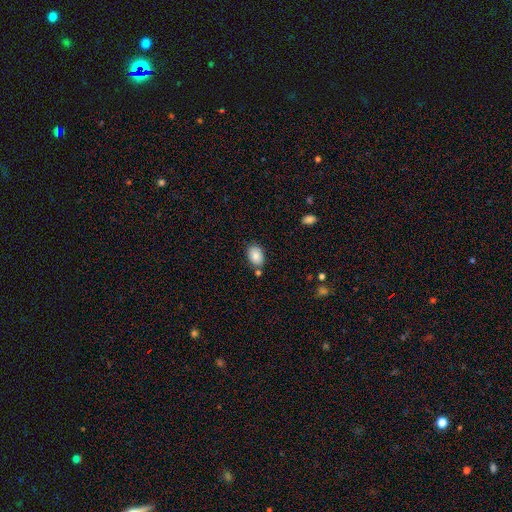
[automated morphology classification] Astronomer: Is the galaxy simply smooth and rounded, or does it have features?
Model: smooth — 83%.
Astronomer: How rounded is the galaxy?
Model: in between — 83%.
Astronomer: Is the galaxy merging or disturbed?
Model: none — 73%.